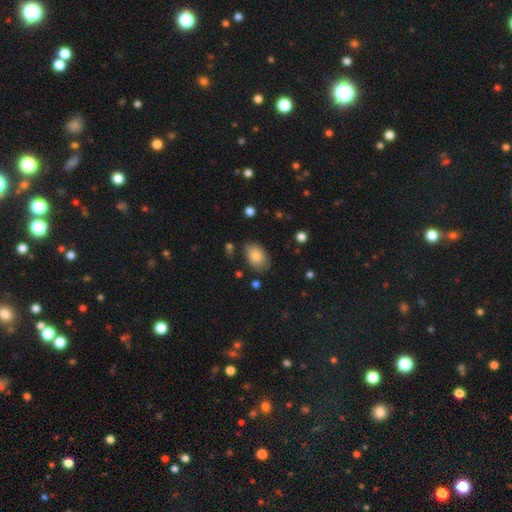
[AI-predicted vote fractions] This appears to be a smooth galaxy with no disk features (82%) that is in between round and cigar-shaped (88%). Merging: none (75%).